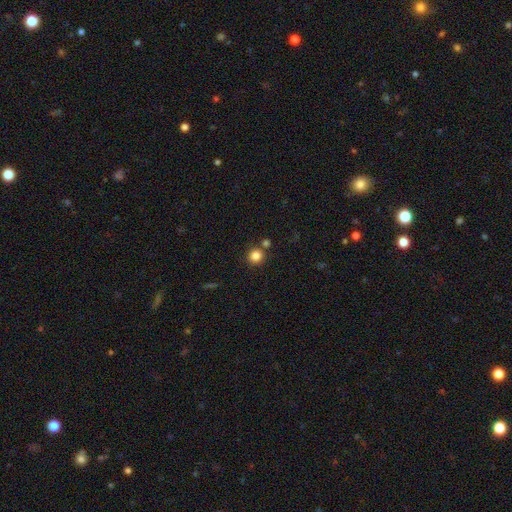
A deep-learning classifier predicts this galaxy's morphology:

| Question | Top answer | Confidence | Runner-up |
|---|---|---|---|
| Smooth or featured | smooth | 83% | star or artifact (12%) |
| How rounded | round | 93% | in between (6%) |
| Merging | none | 79% | merger (12%) |